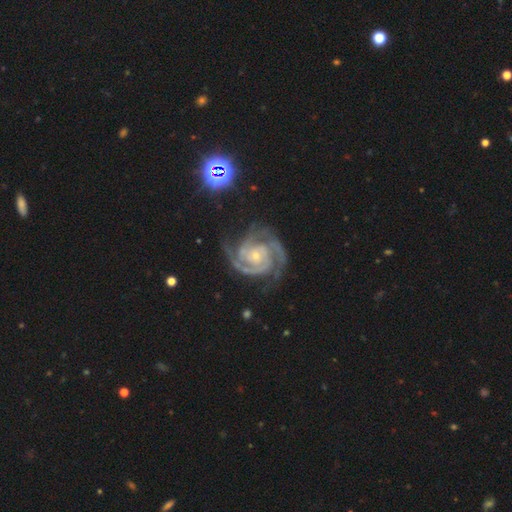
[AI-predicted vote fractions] A featured or disk galaxy (93%) with no bar (67%), 2 (45%) tight (67%) spiral arms (99%) and a small central bulge (73%).

Vote fractions:
- Smooth or featured? featured or disk: 93% / star or artifact: 5% / smooth: 2%
- Edge-on disk? no: 98% / yes: 2%
- Bar? no: 67% / weak: 22% / strong: 11%
- Spiral arms? yes: 99% / no: 1%
- Spiral winding? tight: 67% / medium: 30% / loose: 3%
- Spiral arm count? 2: 45% / 3: 36% / 4: 6% / can't tell: 6% / more than 4: 4% / 1: 4%
- Bulge size? small: 73% / moderate: 22% / none: 2% / large: 1% / dominant: 1%
- Merging? none: 73% / minor disturbance: 18% / major disturbance: 7% / merger: 2%